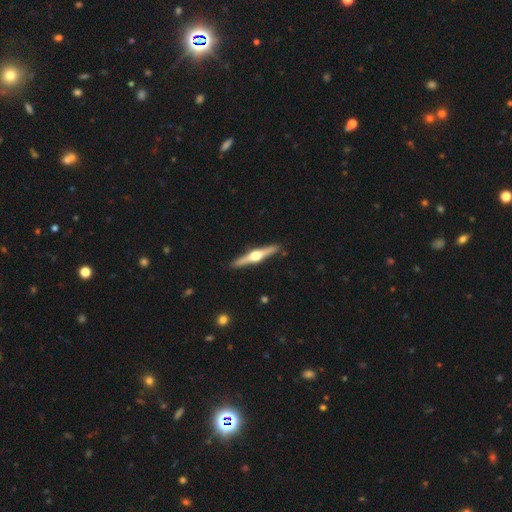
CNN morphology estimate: featured or disk 78%, smooth 17%, star or artifact 4%. Down the decision tree: edge-on disk — yes (98%); edge-on bulge — rounded (96%); merging — none (91%).